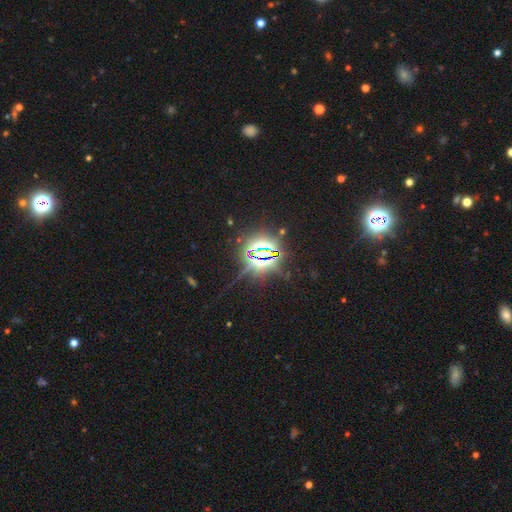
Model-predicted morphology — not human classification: Smooth or featured? star or artifact (84%)